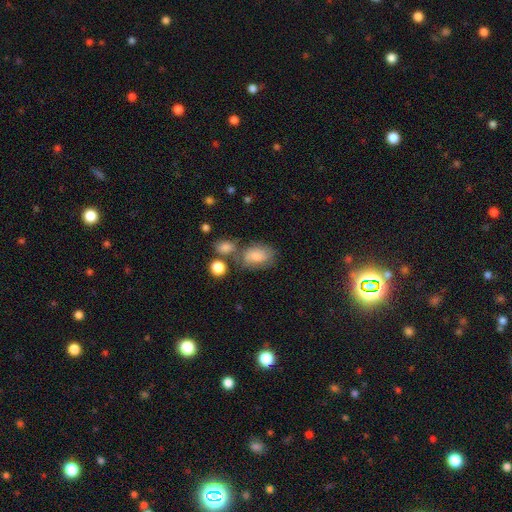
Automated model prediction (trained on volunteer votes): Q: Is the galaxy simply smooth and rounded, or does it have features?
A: smooth — 64%.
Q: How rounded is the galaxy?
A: in between — 82%.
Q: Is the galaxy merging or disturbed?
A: none — 53%.